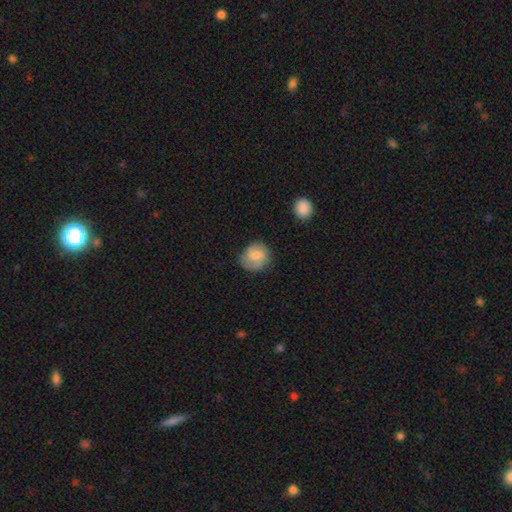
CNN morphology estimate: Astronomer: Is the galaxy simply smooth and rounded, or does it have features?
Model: smooth — 54% (runner-up: featured or disk, 39%).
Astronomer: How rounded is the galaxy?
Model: round — 80%.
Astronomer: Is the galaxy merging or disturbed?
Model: none — 74%.